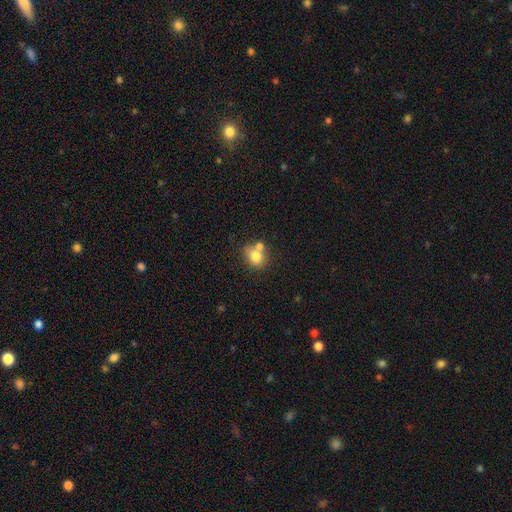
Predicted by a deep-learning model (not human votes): smooth 76%, featured or disk 14%, star or artifact 10%. Down the decision tree: how rounded — round (64%); merging — none (44%).